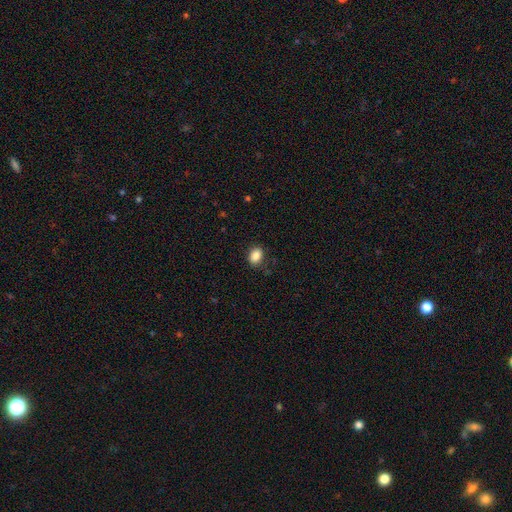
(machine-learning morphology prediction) Smooth or featured? smooth (87%)
How rounded? in between (70%)
Merging? none (84%)